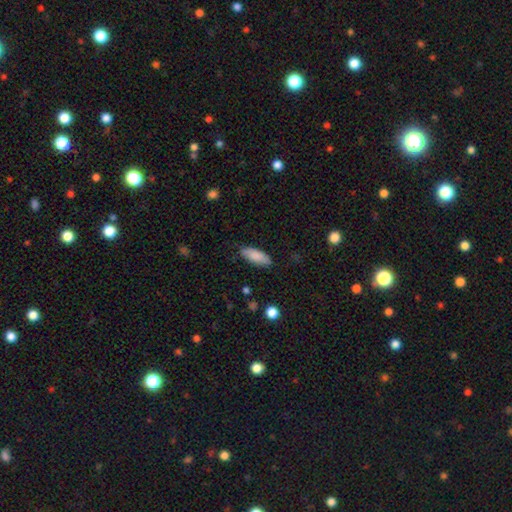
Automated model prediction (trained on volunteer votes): Overall: smooth (86%). How rounded: in between (75%). Merging: none (81%).